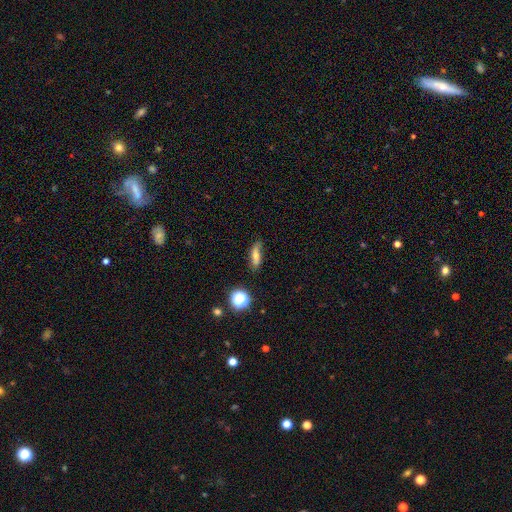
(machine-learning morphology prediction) This is possibly a smooth galaxy (60%). How rounded: possibly cigar-shaped (47%). Merging: likely none (71%).